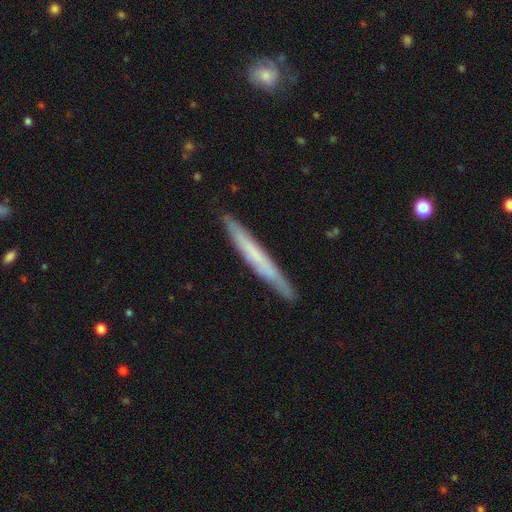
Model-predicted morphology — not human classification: type=smooth (51%); roundness=cigar-shaped (97%); merging=none (88%).